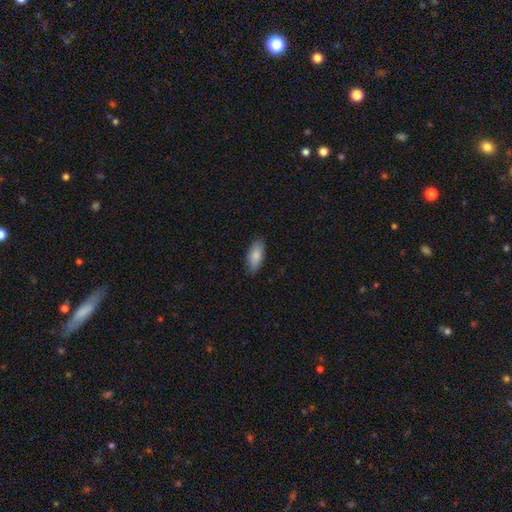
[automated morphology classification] Overall: smooth (85%). How rounded: in between (87%). Merging: none (84%).